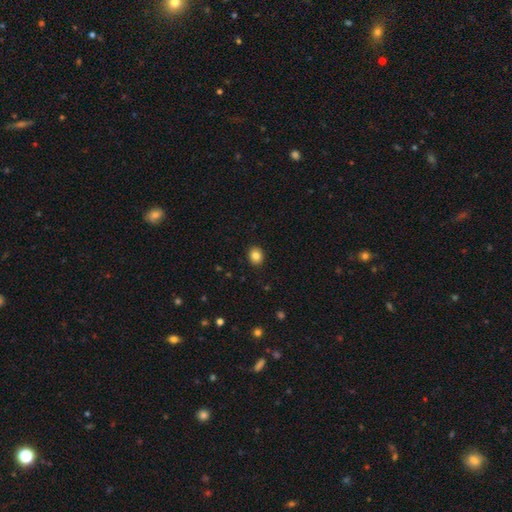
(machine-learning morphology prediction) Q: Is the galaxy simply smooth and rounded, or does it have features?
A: smooth — 84%.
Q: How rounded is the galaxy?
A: round — 66%.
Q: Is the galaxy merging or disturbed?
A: none — 91%.